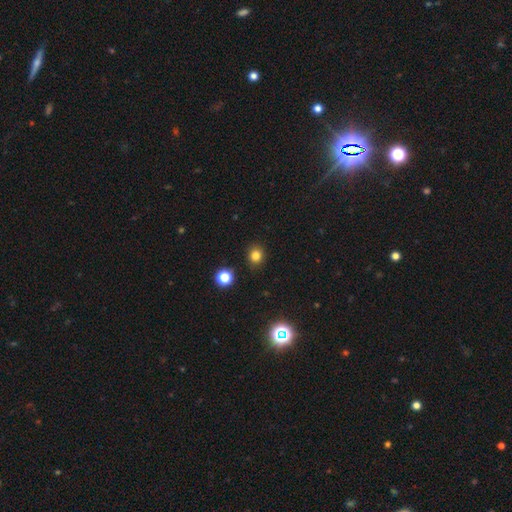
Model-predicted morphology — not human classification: Smooth or featured?
  - smooth: 80% *
  - star or artifact: 15%
  - featured or disk: 5%
How rounded?
  - round: 81% *
  - in between: 19%
  - cigar-shaped: 1%
Merging?
  - none: 89% *
  - minor disturbance: 7%
  - major disturbance: 2%
  - merger: 2%